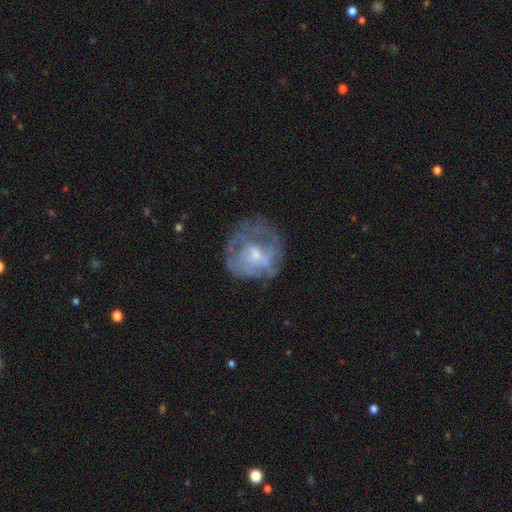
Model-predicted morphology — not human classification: type=featured or disk (63%); edge-on=no (98%); bar=no (68%); spiral arms=no (52%); bulge=small (52%); merging=none (56%).